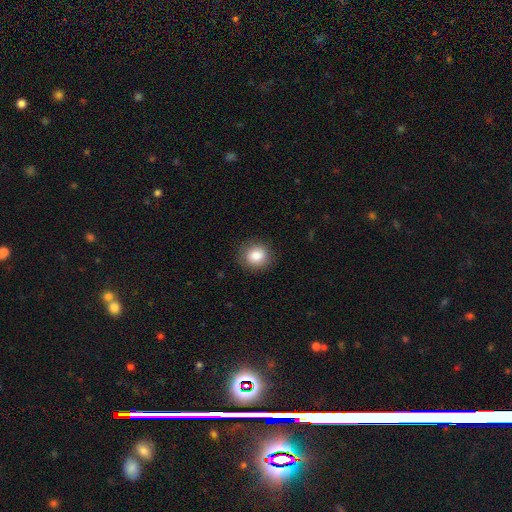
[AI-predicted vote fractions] Smooth or featured? Predicted: smooth (p=0.84). How rounded? Predicted: round (p=0.77). Merging? Predicted: none (p=0.86).